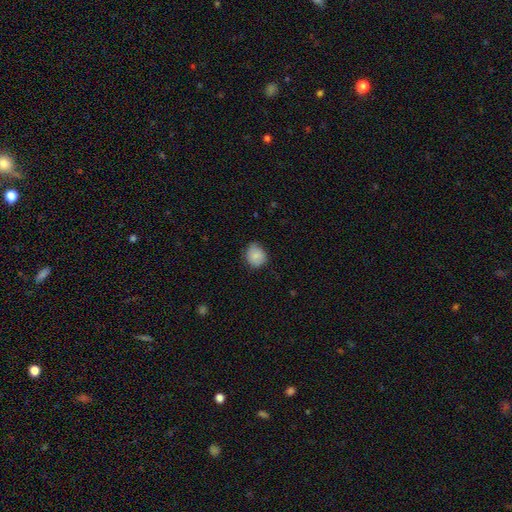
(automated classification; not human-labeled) Smooth or featured? Predicted: smooth (p=0.84). How rounded? Predicted: round (p=0.74). Merging? Predicted: none (p=0.69).